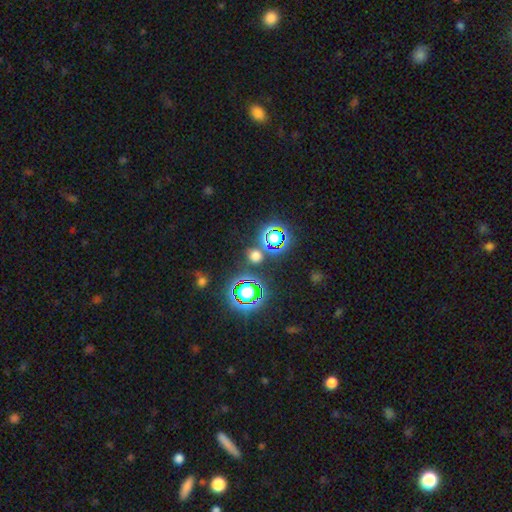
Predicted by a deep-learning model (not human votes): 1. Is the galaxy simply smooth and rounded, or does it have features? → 52% star or artifact, 40% smooth, 9% featured or disk.